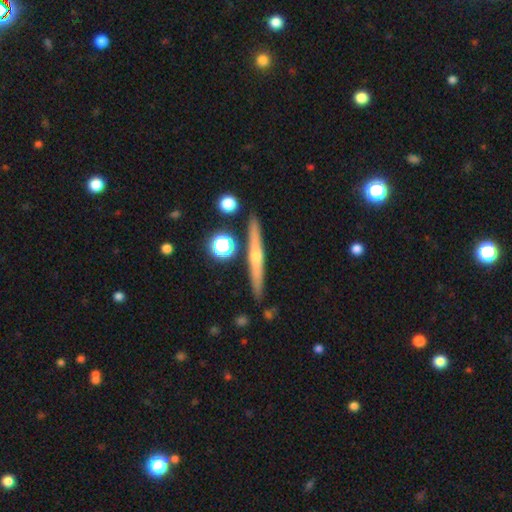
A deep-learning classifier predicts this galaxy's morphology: A featured or disk galaxy (69%) viewed edge-on (97%) with a rounded central bulge (80%). Merging: none (88%).